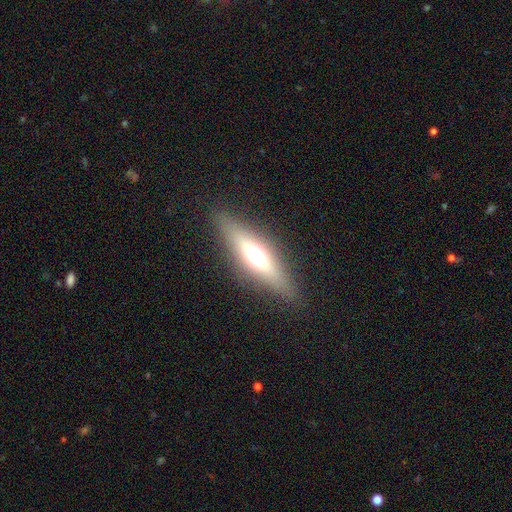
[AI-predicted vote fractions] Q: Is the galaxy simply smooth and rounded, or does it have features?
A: featured or disk — 51%.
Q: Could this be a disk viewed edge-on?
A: yes — 85%.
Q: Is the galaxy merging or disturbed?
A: none — 86%.